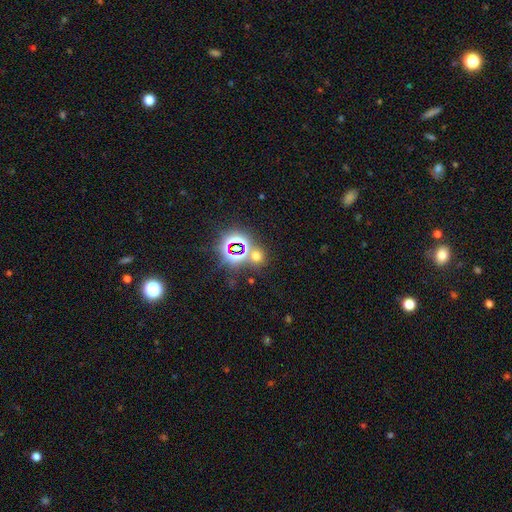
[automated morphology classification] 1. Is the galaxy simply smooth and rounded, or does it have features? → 47% star or artifact, 46% smooth, 7% featured or disk.